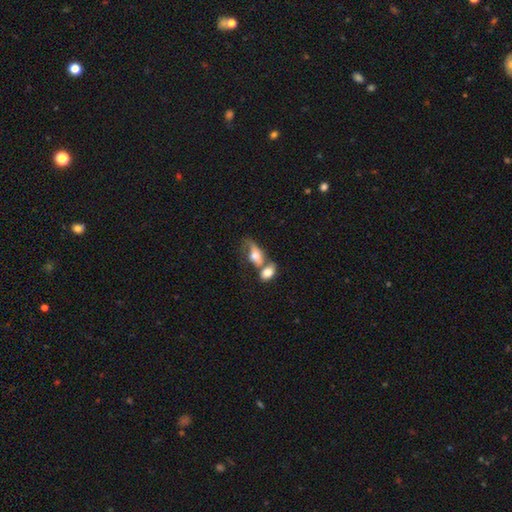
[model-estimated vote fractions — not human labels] Smooth or featured?
  - smooth: 59% *
  - featured or disk: 32%
  - star or artifact: 9%
How rounded?
  - in between: 81% *
  - round: 13%
  - cigar-shaped: 6%
Merging?
  - merger: 66% *
  - none: 14%
  - major disturbance: 11%
  - minor disturbance: 9%